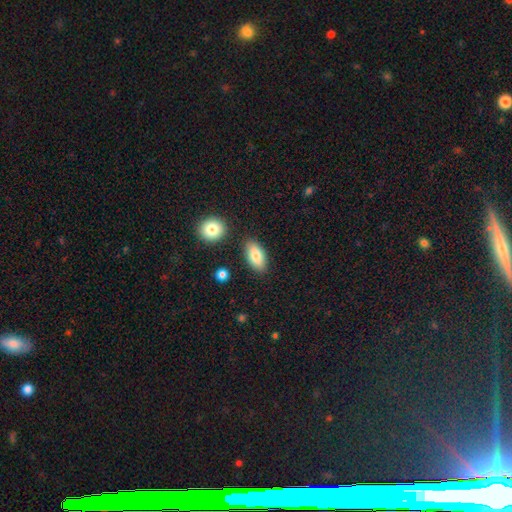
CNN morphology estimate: type=smooth (82%); roundness=in between (90%); merging=none (83%).